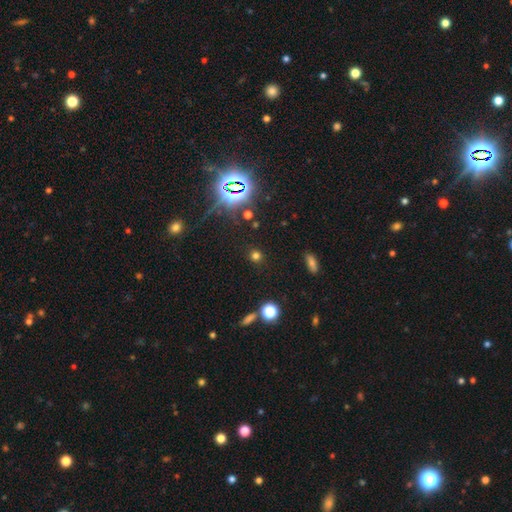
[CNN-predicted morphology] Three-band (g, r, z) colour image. It shows a smooth galaxy with no disk features (62%) that is round (87%). Merging: none (86%).